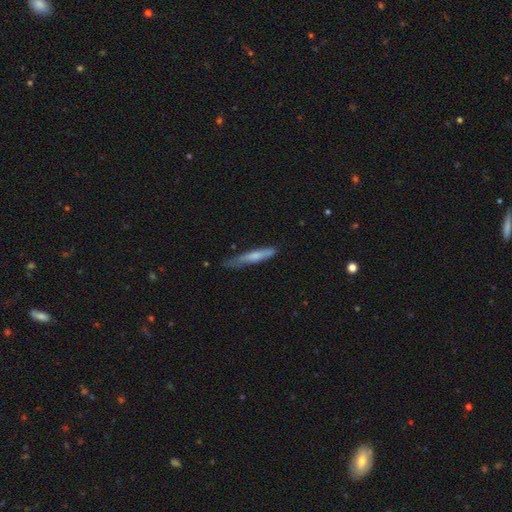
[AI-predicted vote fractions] Q: Smooth or featured?
A: smooth (61%); runner-up: featured or disk (33%)
Q: How rounded?
A: cigar-shaped (93%); runner-up: in between (6%)
Q: Merging?
A: none (63%); runner-up: minor disturbance (28%)